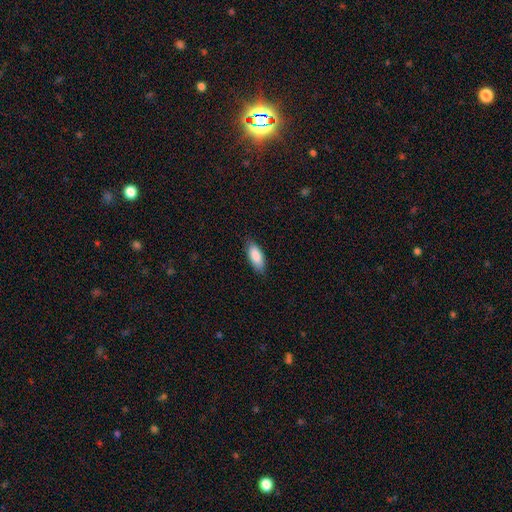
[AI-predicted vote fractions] Smooth or featured? Predicted: smooth (p=0.87). How rounded? Predicted: in between (p=0.82). Merging? Predicted: none (p=0.82).